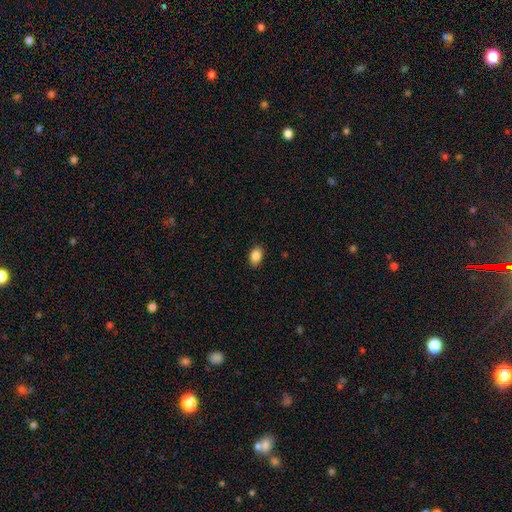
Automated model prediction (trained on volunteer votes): smooth-or-featured: smooth: 87% | star or artifact: 8% | featured or disk: 5%
  how-rounded: in between: 85% | round: 13% | cigar-shaped: 1%
  merging: none: 88% | minor disturbance: 9% | major disturbance: 2% | merger: 1%